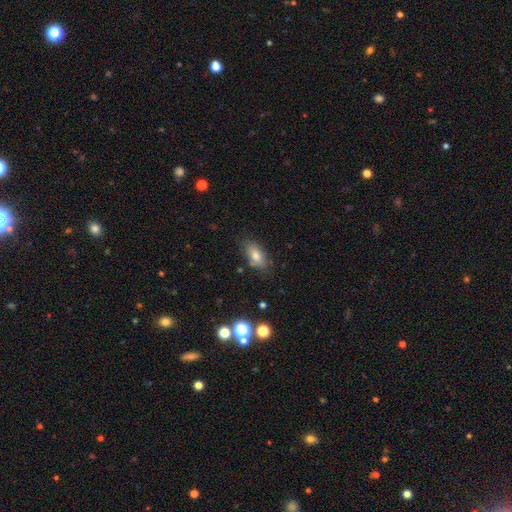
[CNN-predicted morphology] type=smooth (76%); roundness=in between (86%); merging=none (78%).